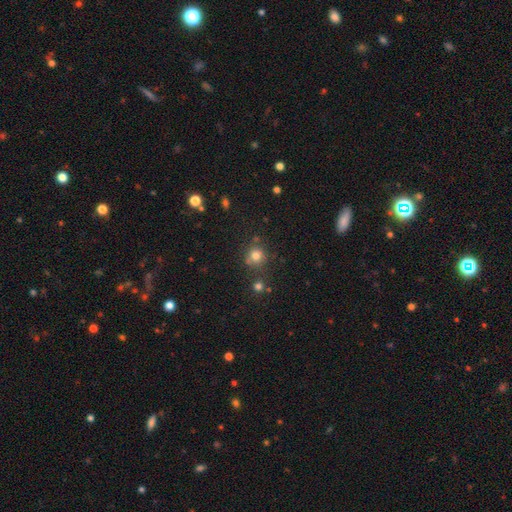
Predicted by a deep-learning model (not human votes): Smooth or featured?
  - smooth: 76% *
  - star or artifact: 16%
  - featured or disk: 8%
How rounded?
  - round: 89% *
  - in between: 10%
  - cigar-shaped: 1%
Merging?
  - none: 73% *
  - minor disturbance: 12%
  - merger: 11%
  - major disturbance: 4%